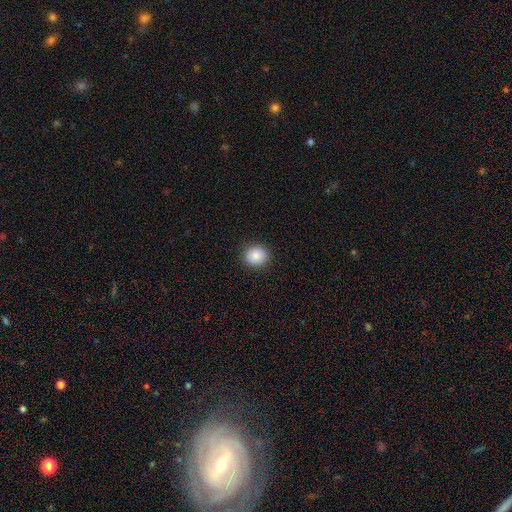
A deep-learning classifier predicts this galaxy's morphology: Smooth or featured? Predicted: smooth (p=0.86). How rounded? Predicted: round (p=0.81). Merging? Predicted: none (p=0.91).